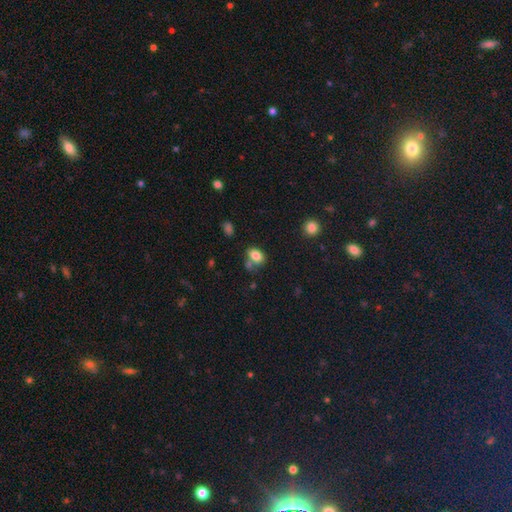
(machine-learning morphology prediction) This appears to be a smooth galaxy with no disk features (81%) that is in between round and cigar-shaped (76%). Merging: none (53%).